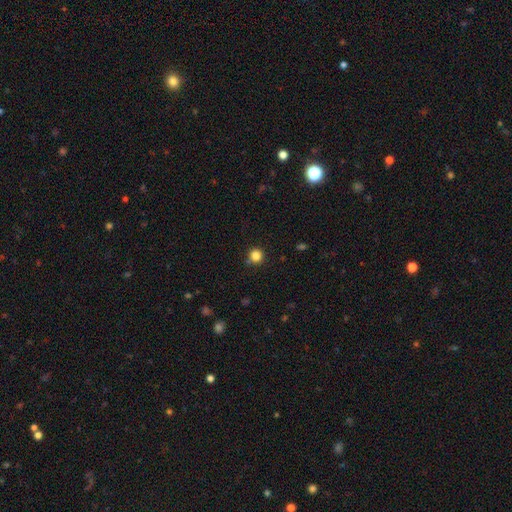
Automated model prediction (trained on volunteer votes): A smooth galaxy with no disk features (83%) that is round (94%).

Vote fractions:
- Smooth or featured? smooth: 83% / star or artifact: 13% / featured or disk: 4%
- How rounded? round: 94% / in between: 5% / cigar-shaped: 1%
- Merging? none: 86% / minor disturbance: 9% / merger: 3% / major disturbance: 2%